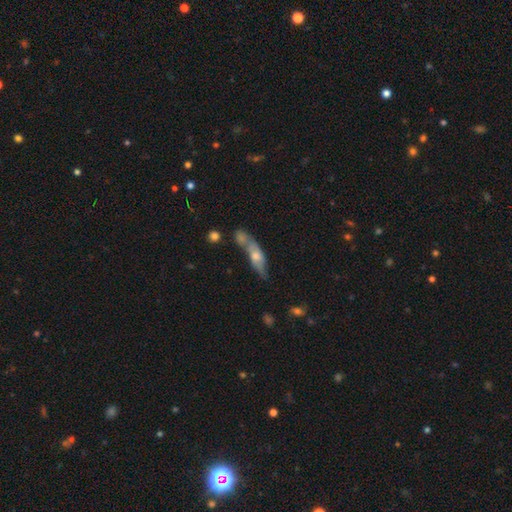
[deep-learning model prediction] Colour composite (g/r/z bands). It shows a smooth galaxy with no disk features (49%). Merging: merger (36%).